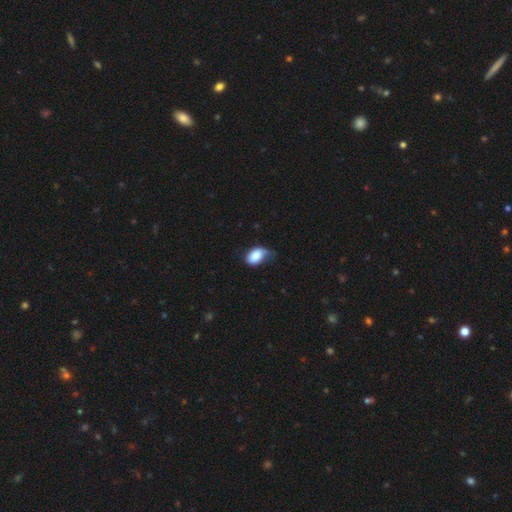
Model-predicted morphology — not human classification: A smooth galaxy with no disk features (80%) that is in between round and cigar-shaped (86%).

Vote fractions:
- Smooth or featured? smooth: 80% / featured or disk: 13% / star or artifact: 7%
- How rounded? in between: 86% / round: 13% / cigar-shaped: 1%
- Merging? minor disturbance: 44% / none: 31% / major disturbance: 23% / merger: 3%